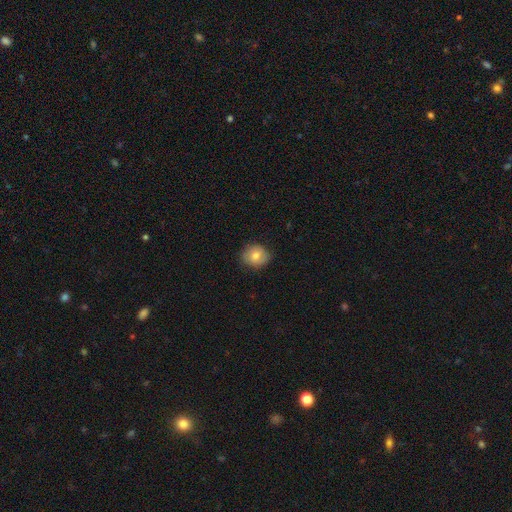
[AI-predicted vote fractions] smooth-or-featured: smooth: 77% | featured or disk: 14% | star or artifact: 8%
  how-rounded: round: 70% | in between: 29% | cigar-shaped: 1%
  merging: none: 82% | minor disturbance: 15% | major disturbance: 3% | merger: 1%